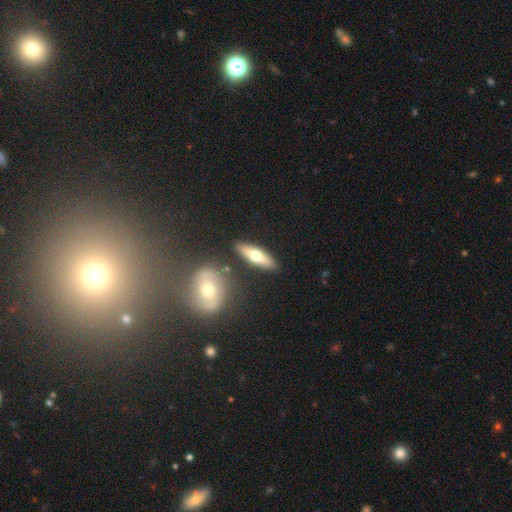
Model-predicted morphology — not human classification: This is possibly a smooth galaxy (54%). How rounded: likely cigar-shaped (60%). Merging: clearly none (83%).